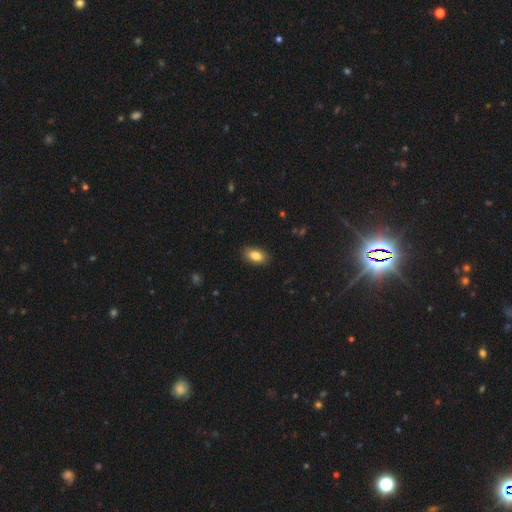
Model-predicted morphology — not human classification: Smooth or featured? smooth (85%)
How rounded? in between (91%)
Merging? none (86%)